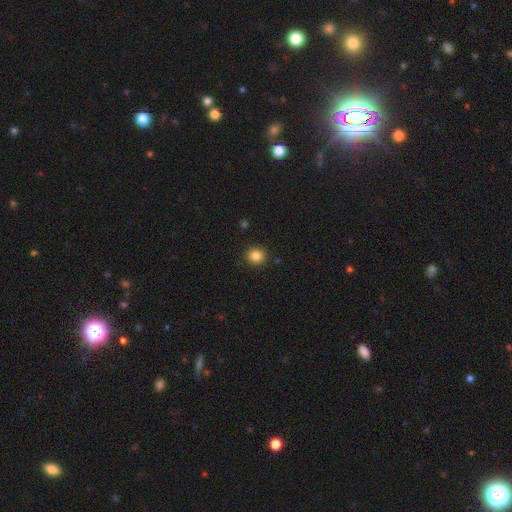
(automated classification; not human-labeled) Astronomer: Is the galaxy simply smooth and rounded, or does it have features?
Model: smooth — 84%.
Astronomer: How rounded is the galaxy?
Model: round — 90%.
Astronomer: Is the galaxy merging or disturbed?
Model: none — 90%.